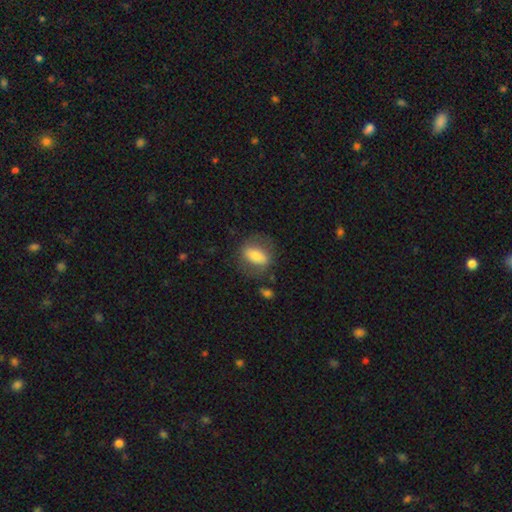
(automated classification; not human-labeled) smooth_or_featured: smooth (p=0.63) [alt: featured or disk p=0.30]
how_rounded: in between (p=0.74) [alt: round p=0.19]
merging: none (p=0.71) [alt: minor disturbance p=0.16]